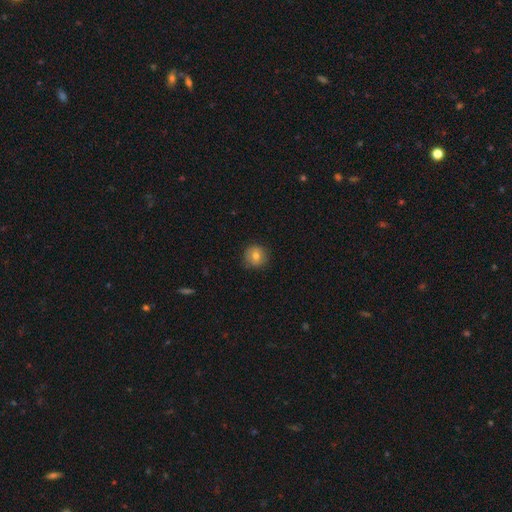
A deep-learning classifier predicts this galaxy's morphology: This appears to be a smooth galaxy with no disk features (75%) that is round (92%). Merging: none (86%).